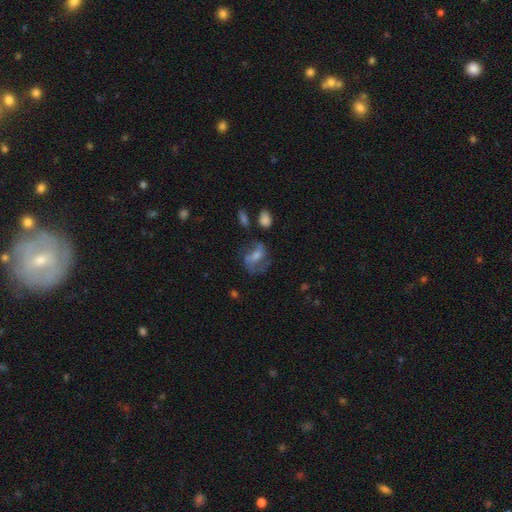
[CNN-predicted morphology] A featured or disk galaxy (53%) with no bar (43%), spiral arms (67%) and a moderate central bulge (40%).

Vote fractions:
- Smooth or featured? featured or disk: 53% / smooth: 37% / star or artifact: 10%
- Edge-on disk? no: 96% / yes: 4%
- Bar? no: 43% / weak: 40% / strong: 18%
- Spiral arms? yes: 67% / no: 33%
- Bulge size? moderate: 40% / small: 35% / none: 15% / large: 8% / dominant: 2%
- Merging? none: 43% / major disturbance: 28% / minor disturbance: 23% / merger: 6%